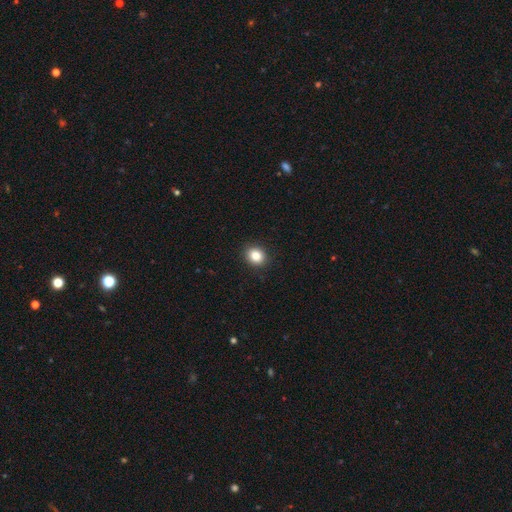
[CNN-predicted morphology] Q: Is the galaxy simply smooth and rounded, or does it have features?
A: smooth — 85%.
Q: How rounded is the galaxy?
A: round — 67%.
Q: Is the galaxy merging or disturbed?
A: none — 90%.